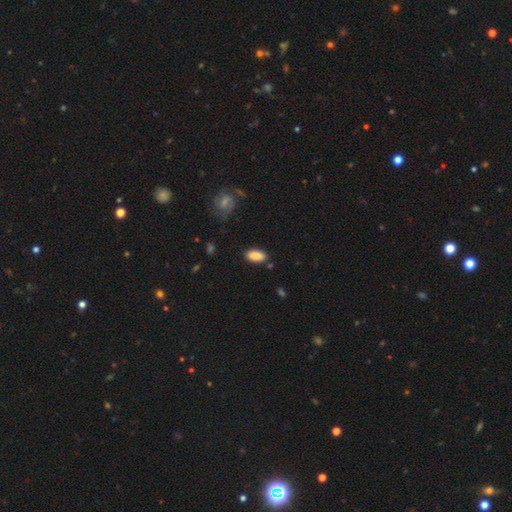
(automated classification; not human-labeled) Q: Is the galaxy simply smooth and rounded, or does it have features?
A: smooth — 86%.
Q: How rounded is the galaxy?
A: in between — 91%.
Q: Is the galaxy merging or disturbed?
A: none — 85%.